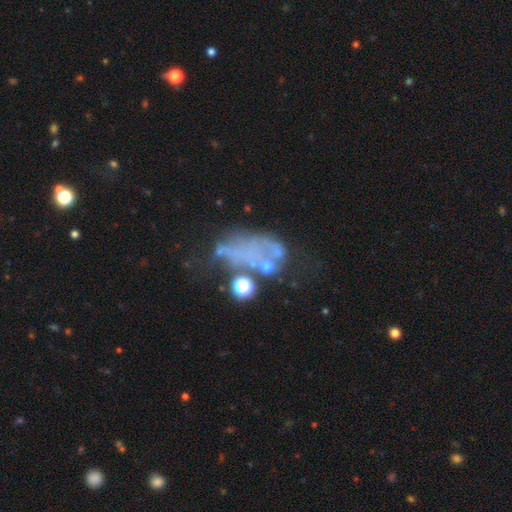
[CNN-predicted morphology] Smooth or featured?
  - featured or disk: 44% *
  - star or artifact: 29%
  - smooth: 27%
Merging?
  - major disturbance: 34% *
  - none: 32%
  - minor disturbance: 20%
  - merger: 15%